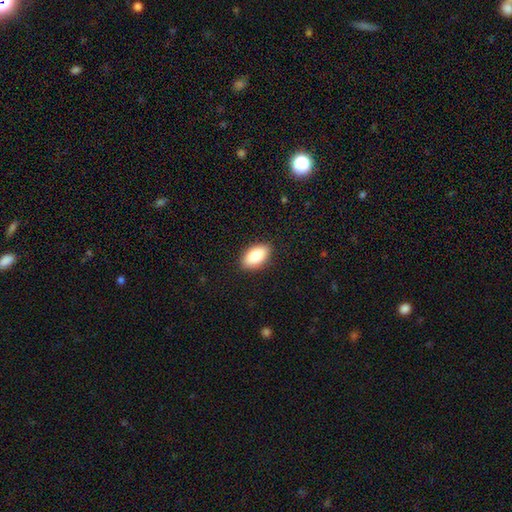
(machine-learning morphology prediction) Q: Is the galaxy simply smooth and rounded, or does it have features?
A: smooth — 84%.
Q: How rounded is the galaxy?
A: in between — 93%.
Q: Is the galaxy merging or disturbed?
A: none — 89%.